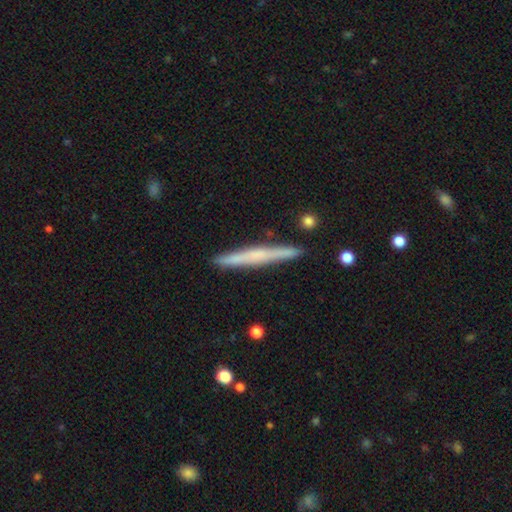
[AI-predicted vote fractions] Q: Smooth or featured?
A: featured or disk (49%); runner-up: smooth (45%)
Q: Merging?
A: none (89%); runner-up: minor disturbance (8%)